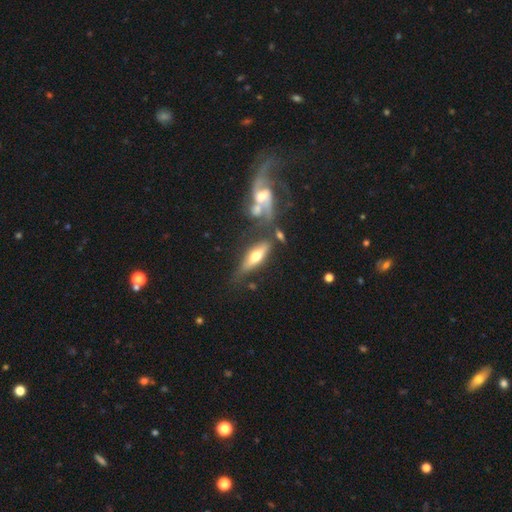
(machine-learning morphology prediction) Smooth or featured? featured or disk (51%)
Edge-on disk? yes (77%)
Merging? none (48%)